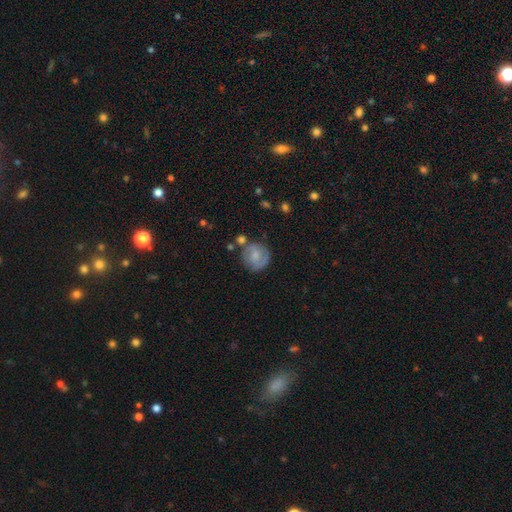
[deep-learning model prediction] Smooth or featured: smooth — 56% (featured or disk — 36%)
How rounded: round — 86% (in between — 13%)
Merging: none — 66% (minor disturbance — 19%)